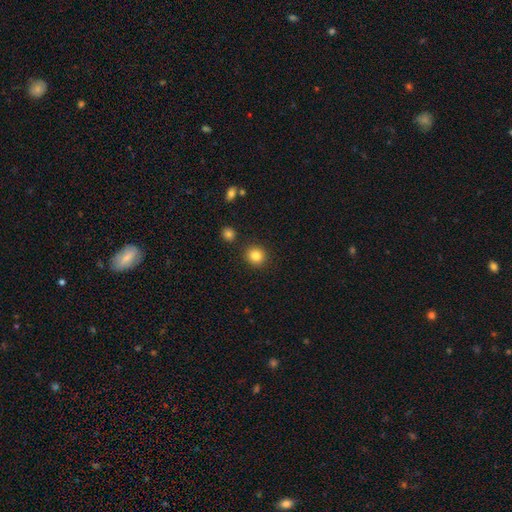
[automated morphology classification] Q: Smooth or featured?
A: smooth (84%); runner-up: star or artifact (11%)
Q: How rounded?
A: round (89%); runner-up: in between (10%)
Q: Merging?
A: none (89%); runner-up: minor disturbance (6%)